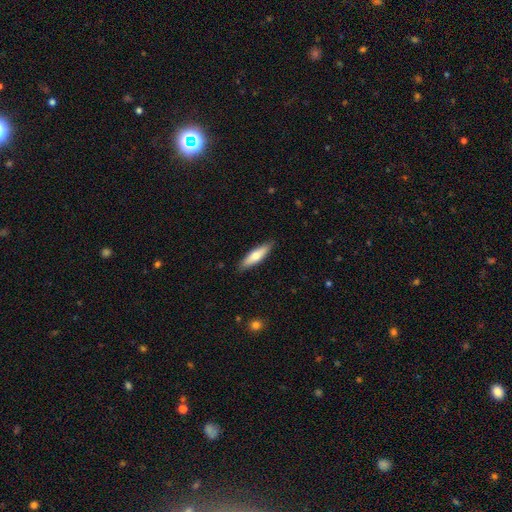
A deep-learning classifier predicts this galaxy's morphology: Smooth or featured?
  - smooth: 65% *
  - featured or disk: 30%
  - star or artifact: 5%
How rounded?
  - cigar-shaped: 67% *
  - in between: 31%
  - round: 2%
Merging?
  - none: 88% *
  - minor disturbance: 9%
  - major disturbance: 2%
  - merger: 1%